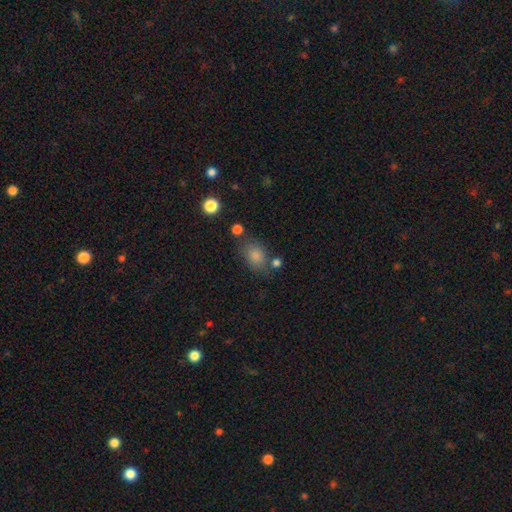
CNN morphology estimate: smooth_or_featured: smooth (p=0.82) [alt: star or artifact p=0.11]
how_rounded: in between (p=0.68) [alt: round p=0.31]
merging: none (p=0.64) [alt: minor disturbance p=0.19]